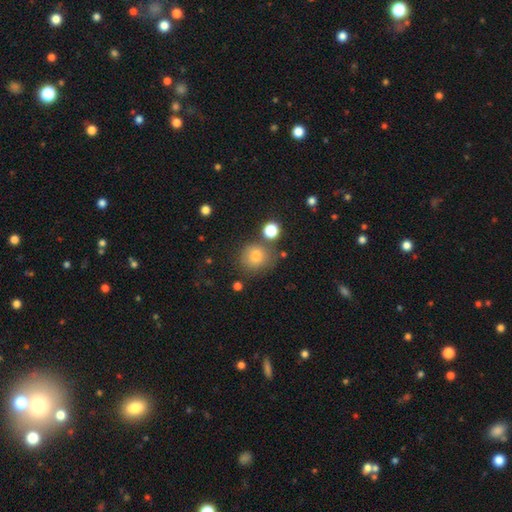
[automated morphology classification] smooth-or-featured: smooth: 80% | star or artifact: 13% | featured or disk: 7%
  how-rounded: round: 80% | in between: 19% | cigar-shaped: 1%
  merging: none: 72% | minor disturbance: 15% | merger: 8% | major disturbance: 5%